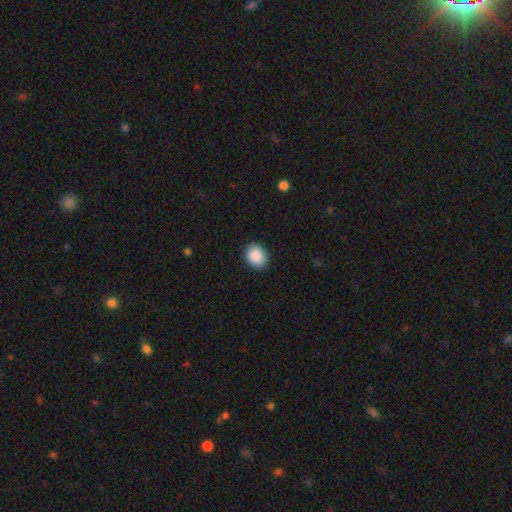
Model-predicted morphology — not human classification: type=smooth (89%); roundness=round (51%); merging=none (87%).